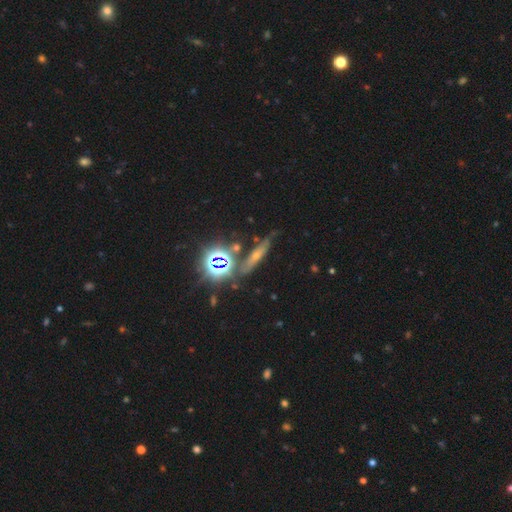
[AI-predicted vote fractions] Overall: smooth (42%; star or artifact 30%). Merging: none (71%).